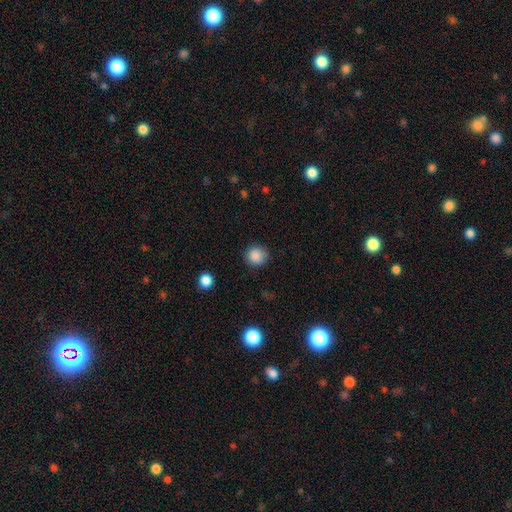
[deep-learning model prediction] This is clearly a smooth galaxy (87%). How rounded: clearly round (91%). Merging: clearly none (87%).